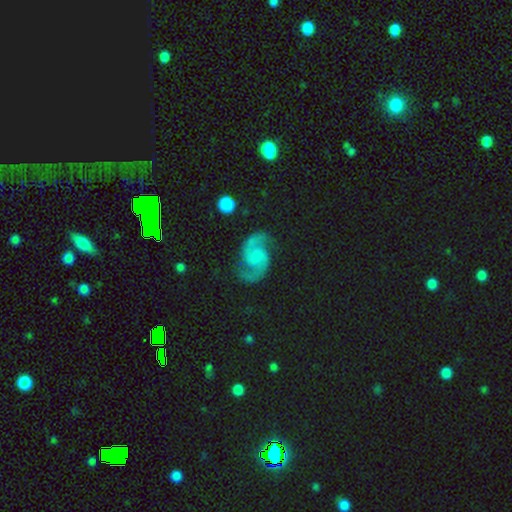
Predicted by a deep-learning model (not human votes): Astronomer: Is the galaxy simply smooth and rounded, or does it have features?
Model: featured or disk — 90%.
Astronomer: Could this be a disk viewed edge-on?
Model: no — 98%.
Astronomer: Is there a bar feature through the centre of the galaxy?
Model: no — 57% (runner-up: weak, 36%).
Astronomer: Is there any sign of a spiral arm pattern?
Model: yes — 98%.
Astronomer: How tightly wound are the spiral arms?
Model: medium — 57%.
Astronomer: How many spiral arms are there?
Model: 2 — 95%.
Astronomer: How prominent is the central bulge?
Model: none — 54%.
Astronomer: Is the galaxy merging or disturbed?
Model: none — 81%.